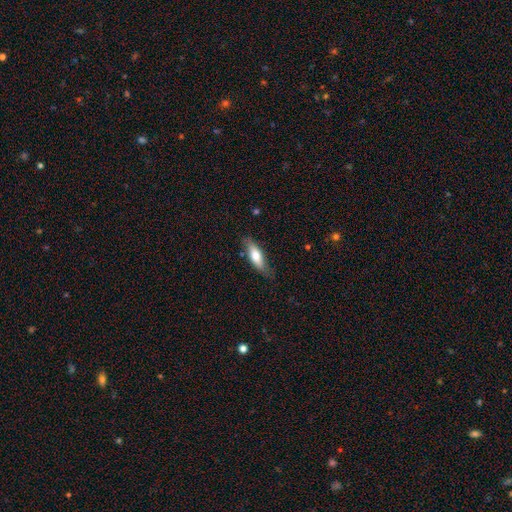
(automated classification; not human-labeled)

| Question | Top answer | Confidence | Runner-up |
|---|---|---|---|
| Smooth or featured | smooth | 68% | featured or disk (26%) |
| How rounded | in between | 56% | cigar-shaped (42%) |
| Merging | none | 73% | minor disturbance (21%) |